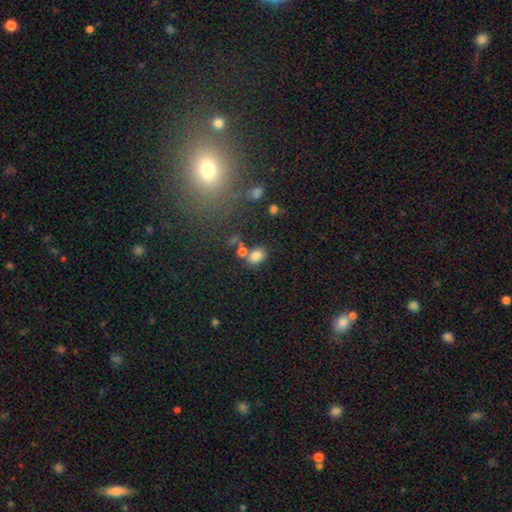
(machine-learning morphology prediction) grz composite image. It shows a smooth galaxy with no disk features (80%) that is in between round and cigar-shaped (67%). Merging: none (61%).